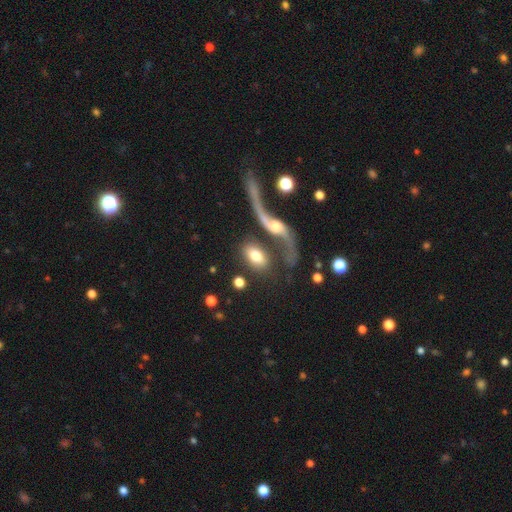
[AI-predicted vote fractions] smooth-or-featured: smooth: 65% | featured or disk: 28% | star or artifact: 7%
  how-rounded: in between: 83% | round: 14% | cigar-shaped: 3%
  merging: none: 55% | merger: 21% | minor disturbance: 13% | major disturbance: 11%